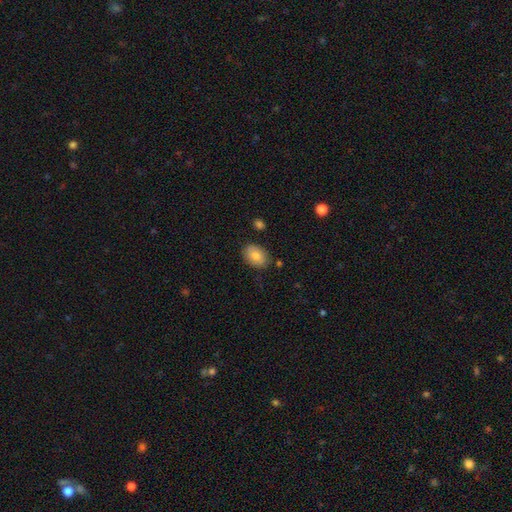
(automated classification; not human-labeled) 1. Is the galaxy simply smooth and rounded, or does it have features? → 81% smooth, 12% featured or disk, 7% star or artifact.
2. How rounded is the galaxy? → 81% in between, 18% round, 1% cigar-shaped.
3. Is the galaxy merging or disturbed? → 82% none, 13% minor disturbance, 3% major disturbance, 2% merger.